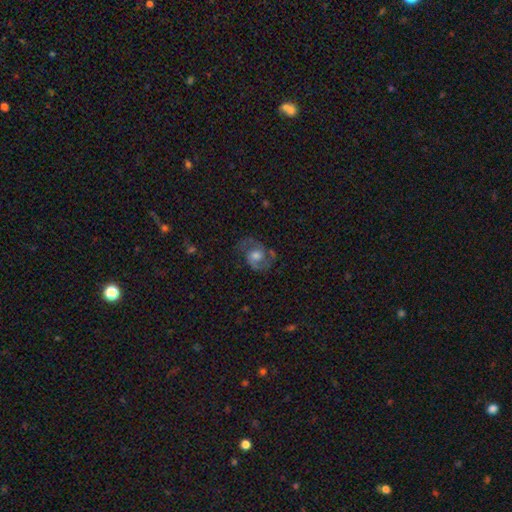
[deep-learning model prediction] smooth-or-featured: featured or disk: 72% | smooth: 20% | star or artifact: 8%
  disk-edge-on: no: 97% | yes: 3%
    bar: no: 59% | weak: 34% | strong: 7%
    has-spiral-arms: yes: 89% | no: 11%
      spiral-winding: medium: 55% | loose: 26% | tight: 20%
      spiral-arm-count: 2: 86% | can't tell: 6% | 1: 4% | 3: 1% | 4: 1% | more than 4: 1%
    bulge-size: moderate: 56% | large: 20% | small: 18% | none: 3% | dominant: 2%
  merging: none: 66% | minor disturbance: 19% | major disturbance: 13% | merger: 2%